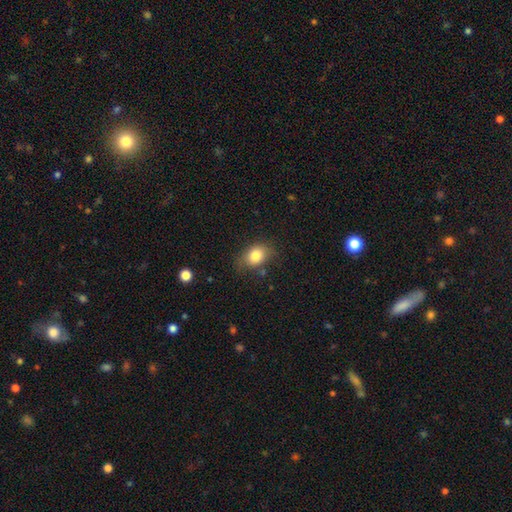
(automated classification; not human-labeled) Overall: smooth (81%). How rounded: in between (66%; round 33%). Merging: none (68%).